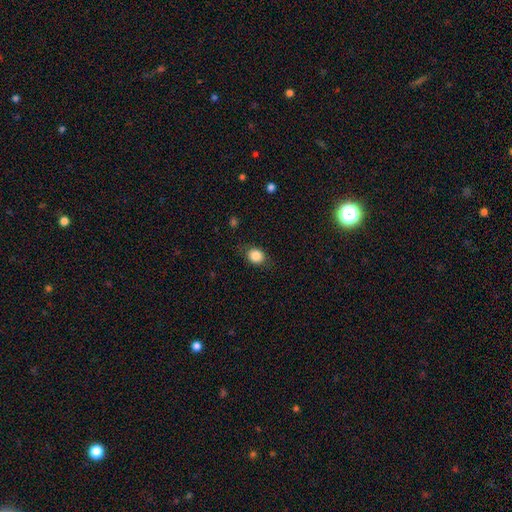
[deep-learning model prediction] smooth 84%, star or artifact 9%, featured or disk 6%. Down the decision tree: how rounded — round (59%); merging — none (81%).